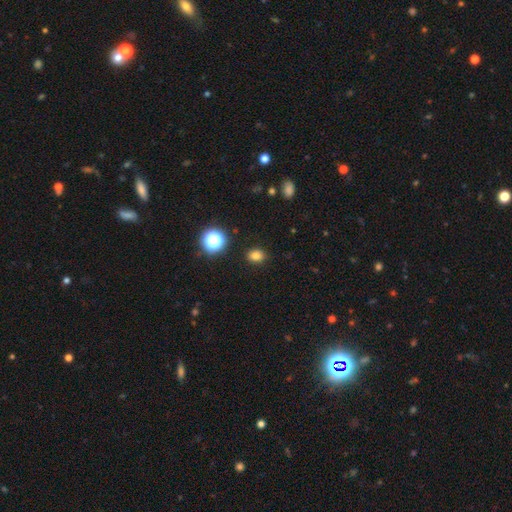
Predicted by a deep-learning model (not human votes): Overall: smooth (79%). How rounded: in between (53%; round 46%). Merging: none (88%).